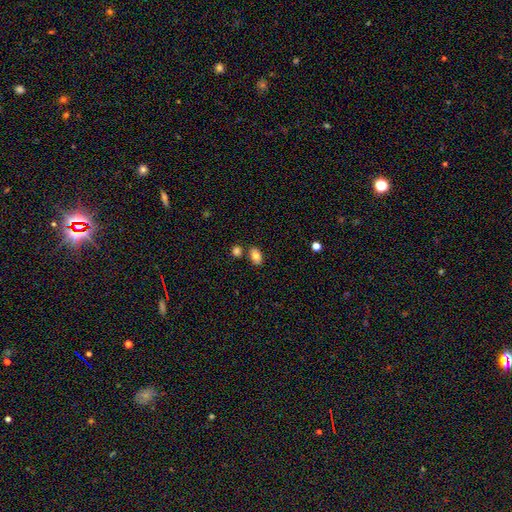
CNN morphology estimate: Overall: smooth (80%). How rounded: in between (87%). Merging: none (76%).